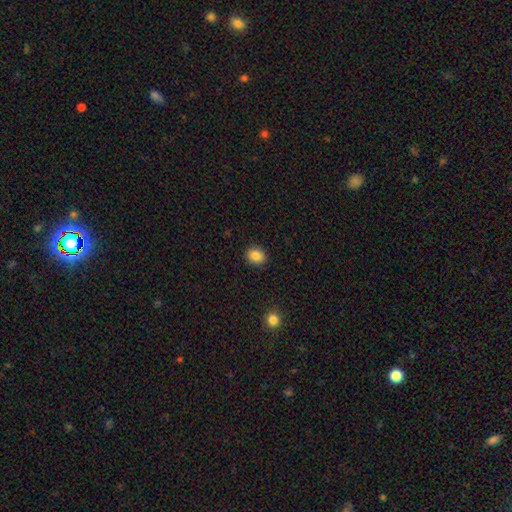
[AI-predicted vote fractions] A smooth galaxy with no disk features (86%) that is round (61%). Merging: none (90%).